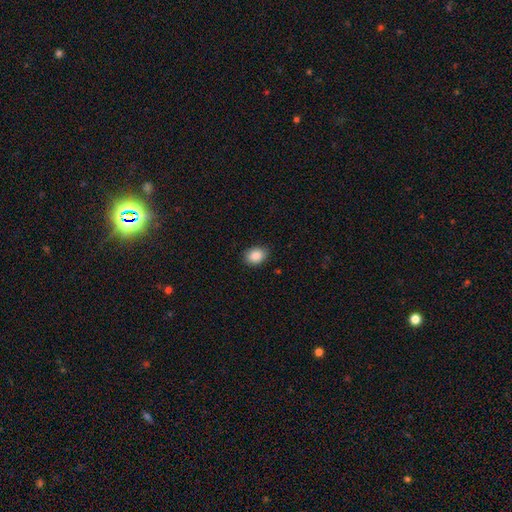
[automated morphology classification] Smooth or featured?
  - smooth: 88% *
  - star or artifact: 8%
  - featured or disk: 4%
How rounded?
  - in between: 66% *
  - round: 33%
  - cigar-shaped: 1%
Merging?
  - none: 85% *
  - minor disturbance: 11%
  - major disturbance: 2%
  - merger: 1%